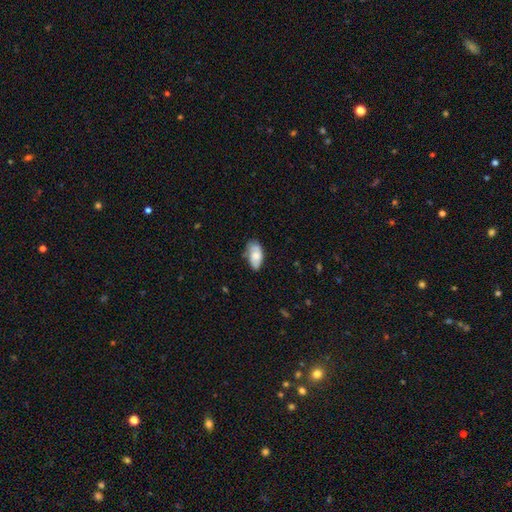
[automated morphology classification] Smooth or featured: smooth — 69% (featured or disk — 25%)
How rounded: in between — 93% (cigar-shaped — 4%)
Merging: none — 56% (minor disturbance — 33%)